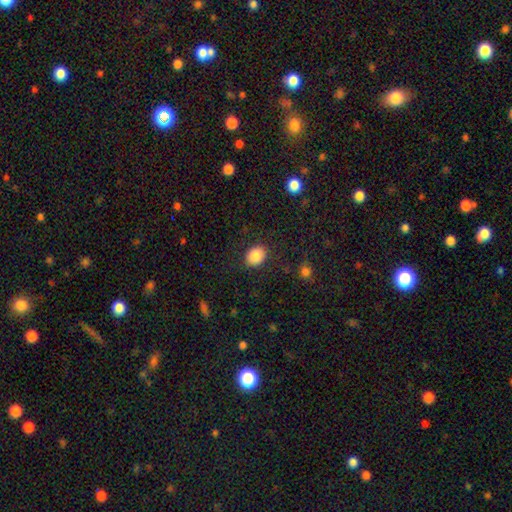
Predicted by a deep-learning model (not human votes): smooth 86%, star or artifact 8%, featured or disk 6%. Down the decision tree: how rounded — in between (54%); merging — none (87%).